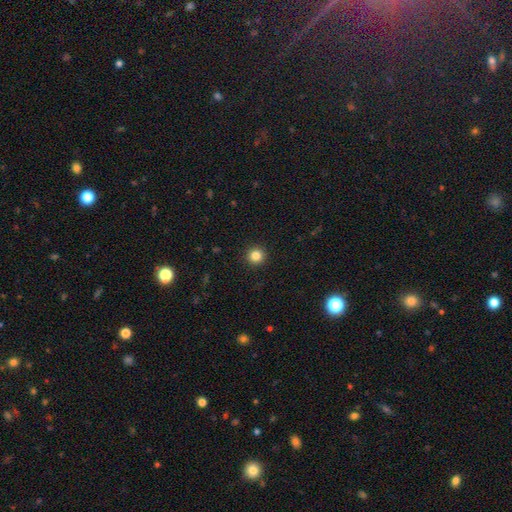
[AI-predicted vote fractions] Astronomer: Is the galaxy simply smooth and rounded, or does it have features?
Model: smooth — 84%.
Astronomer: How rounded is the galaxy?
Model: round — 95%.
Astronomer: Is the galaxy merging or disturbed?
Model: none — 93%.